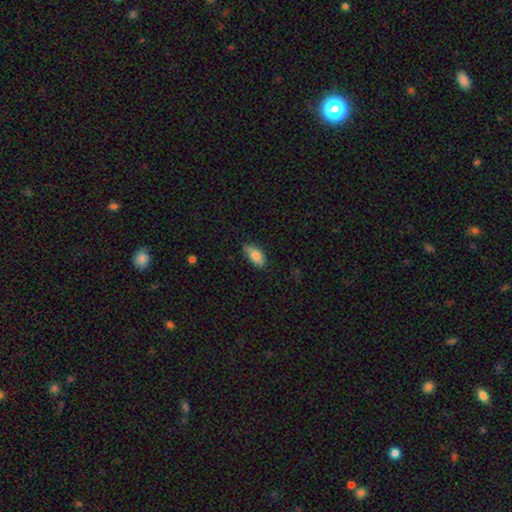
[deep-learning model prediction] A smooth galaxy with no disk features (80%) that is in between round and cigar-shaped (91%). Merging: none (66%).